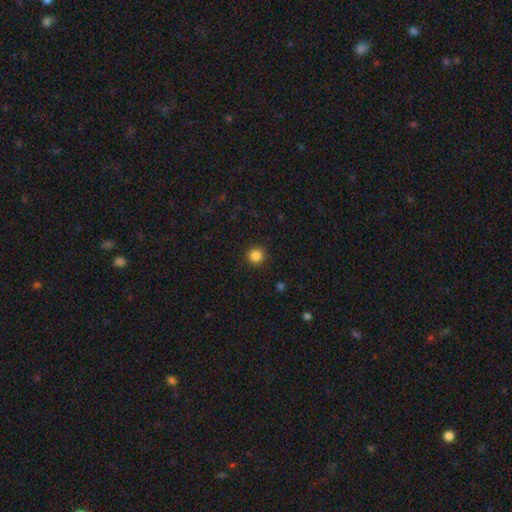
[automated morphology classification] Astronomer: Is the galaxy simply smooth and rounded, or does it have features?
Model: smooth — 85%.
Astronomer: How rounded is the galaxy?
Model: round — 94%.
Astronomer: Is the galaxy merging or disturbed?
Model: none — 92%.